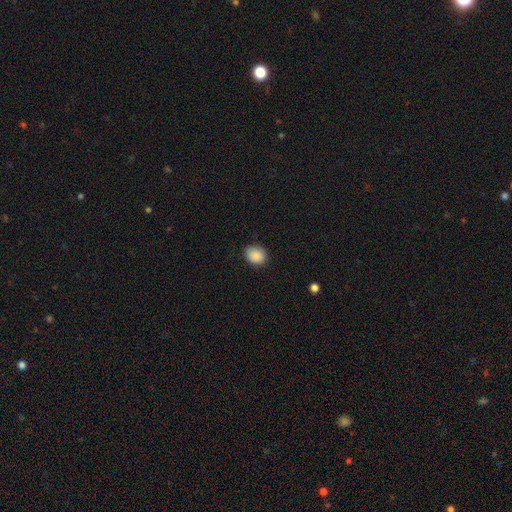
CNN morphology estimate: Smooth or featured?
  - smooth: 88% *
  - star or artifact: 8%
  - featured or disk: 4%
How rounded?
  - round: 54% *
  - in between: 45%
  - cigar-shaped: 1%
Merging?
  - none: 79% *
  - minor disturbance: 18%
  - major disturbance: 3%
  - merger: 1%